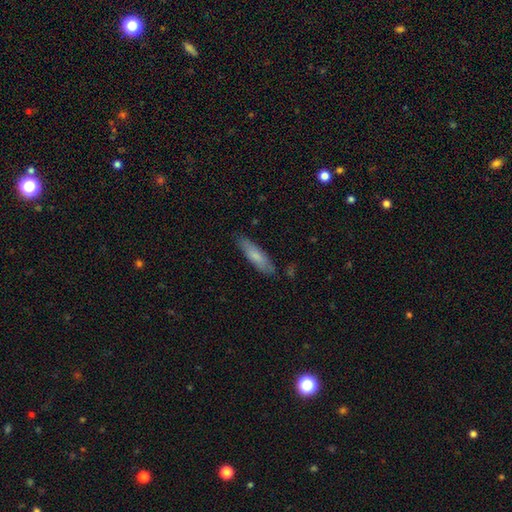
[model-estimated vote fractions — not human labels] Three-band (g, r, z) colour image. It shows a smooth galaxy with no disk features (73%) that is cigar-shaped (70%). Merging: none (81%).